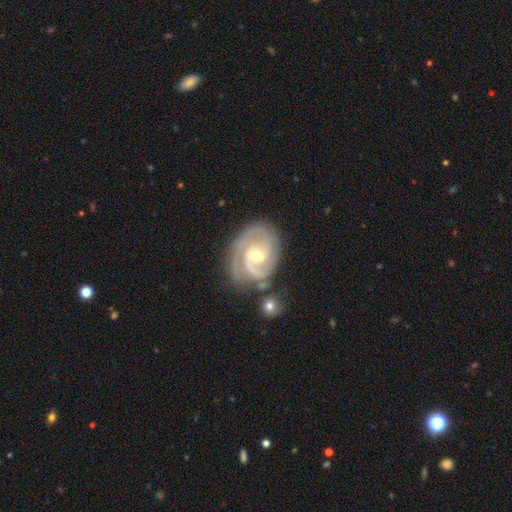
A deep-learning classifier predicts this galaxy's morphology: smooth_or_featured: featured or disk (p=0.90) [alt: smooth p=0.05]
disk_edge_on: no (p=0.97) [alt: yes p=0.03]
bar: no (p=0.53) [alt: weak p=0.37]
has_spiral_arms: yes (p=0.98) [alt: no p=0.02]
spiral_winding: tight (p=0.65) [alt: medium p=0.30]
spiral_arm_count: 2 (p=0.42) [alt: 3 p=0.35]
bulge_size: moderate (p=0.58) [alt: small p=0.39]
merging: none (p=0.67) [alt: minor disturbance p=0.19]